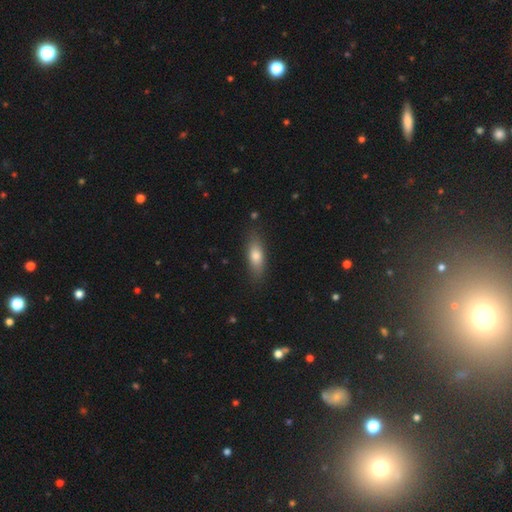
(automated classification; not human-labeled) This is likely a smooth galaxy (75%). How rounded: possibly in between (60%). Merging: clearly none (82%).